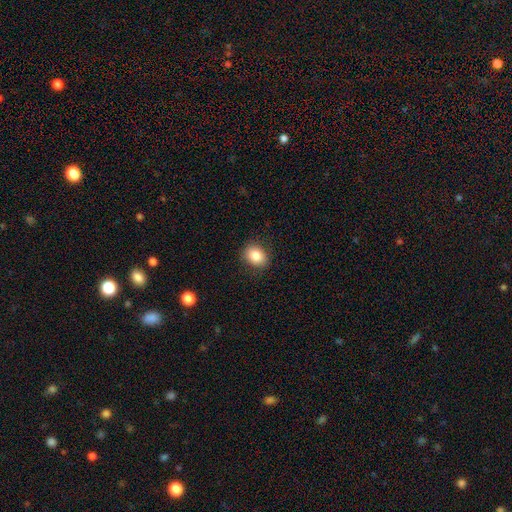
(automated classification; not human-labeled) Smooth or featured: smooth — 85% (star or artifact — 9%)
How rounded: in between — 57% (round — 42%)
Merging: none — 87% (minor disturbance — 9%)